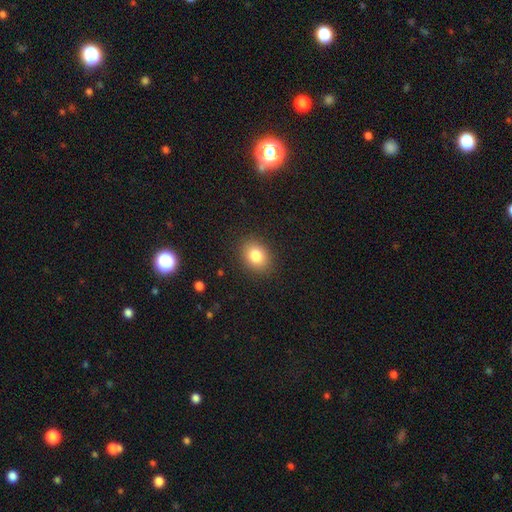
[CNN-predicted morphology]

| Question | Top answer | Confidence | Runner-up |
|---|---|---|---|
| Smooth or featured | smooth | 82% | star or artifact (10%) |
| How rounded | in between | 56% | round (43%) |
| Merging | none | 88% | minor disturbance (8%) |